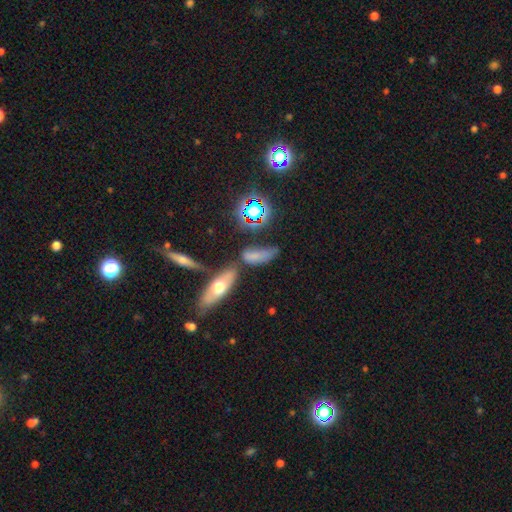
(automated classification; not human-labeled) A smooth galaxy with no disk features (63%) that is in between round and cigar-shaped (66%).

Vote fractions:
- Smooth or featured? smooth: 63% / star or artifact: 20% / featured or disk: 17%
- How rounded? in between: 66% / cigar-shaped: 26% / round: 7%
- Merging? none: 48% / minor disturbance: 22% / merger: 19% / major disturbance: 12%